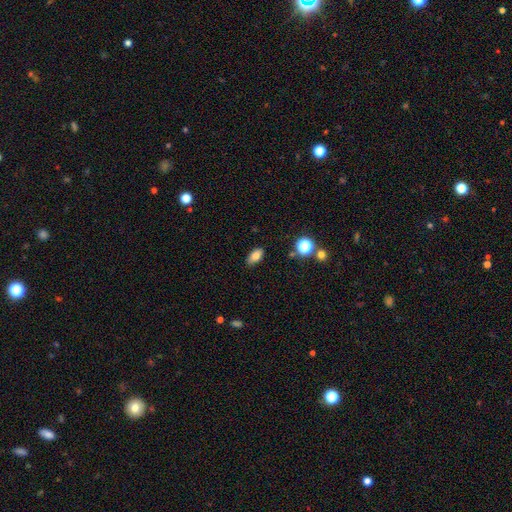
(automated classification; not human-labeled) Morphology: type=smooth (80%); roundness=in between (89%); merging=none (84%).